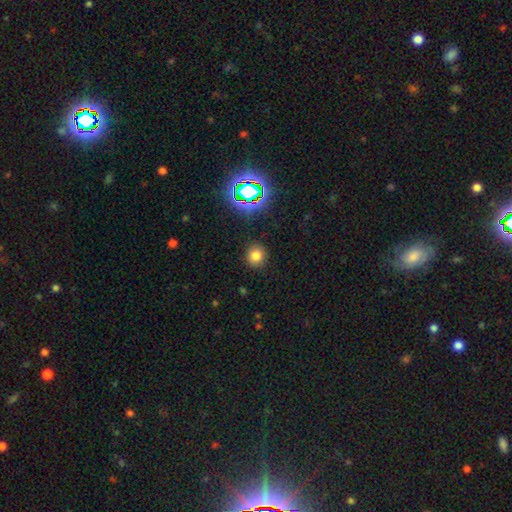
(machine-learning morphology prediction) A smooth galaxy with no disk features (75%) that is round (88%).

Vote fractions:
- Smooth or featured? smooth: 75% / star or artifact: 19% / featured or disk: 7%
- How rounded? round: 88% / in between: 11% / cigar-shaped: 1%
- Merging? none: 89% / minor disturbance: 7% / major disturbance: 2% / merger: 1%